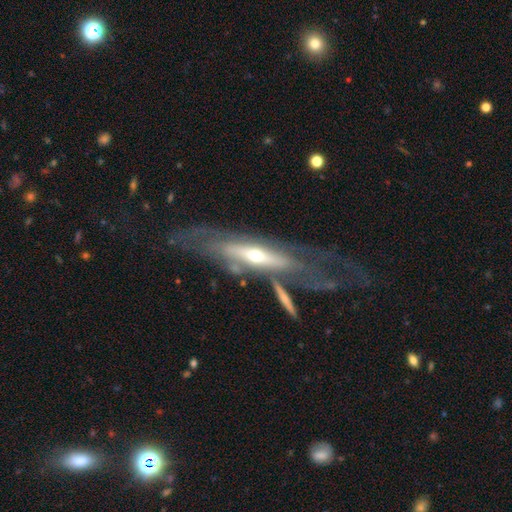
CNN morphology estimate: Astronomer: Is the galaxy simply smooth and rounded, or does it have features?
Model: featured or disk — 76%.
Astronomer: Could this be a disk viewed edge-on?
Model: no — 51% (runner-up: yes, 49%).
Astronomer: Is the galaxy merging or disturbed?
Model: none — 50%.